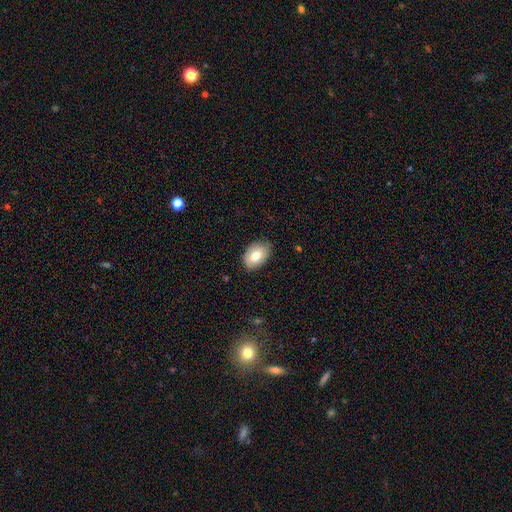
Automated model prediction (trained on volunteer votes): Smooth or featured: smooth — 75% (featured or disk — 18%)
How rounded: in between — 87% (round — 12%)
Merging: none — 80% (minor disturbance — 16%)